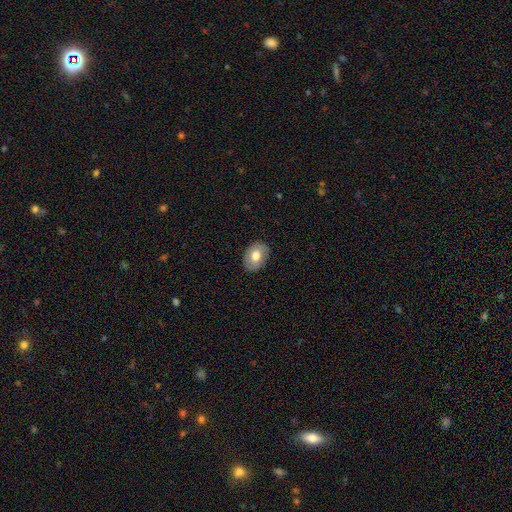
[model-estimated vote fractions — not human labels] smooth-or-featured: smooth: 70% | featured or disk: 23% | star or artifact: 7%
  how-rounded: in between: 76% | round: 23% | cigar-shaped: 1%
  merging: none: 86% | minor disturbance: 10% | major disturbance: 2% | merger: 1%